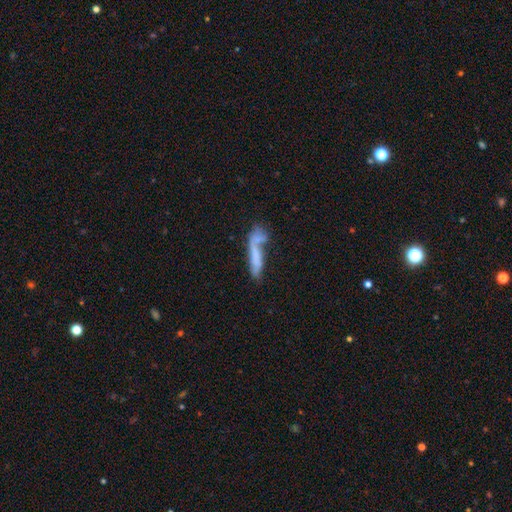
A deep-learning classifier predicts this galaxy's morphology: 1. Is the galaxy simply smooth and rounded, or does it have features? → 57% smooth, 34% featured or disk, 9% star or artifact.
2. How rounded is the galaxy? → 81% cigar-shaped, 17% in between, 2% round.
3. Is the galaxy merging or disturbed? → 35% none, 34% merger, 18% minor disturbance, 14% major disturbance.